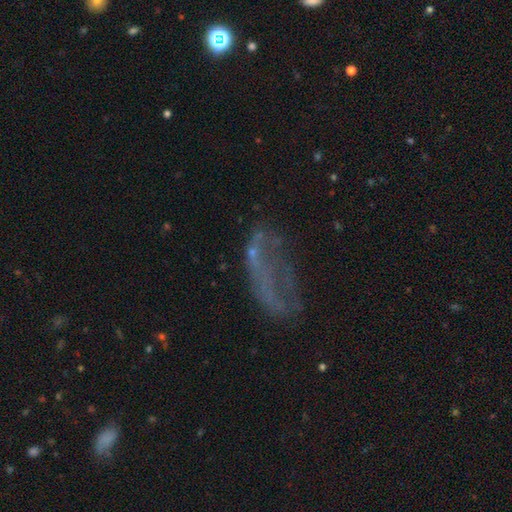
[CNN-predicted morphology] This is possibly a featured or disk galaxy (49%). Merging: marginally none (38%, tied with major disturbance).